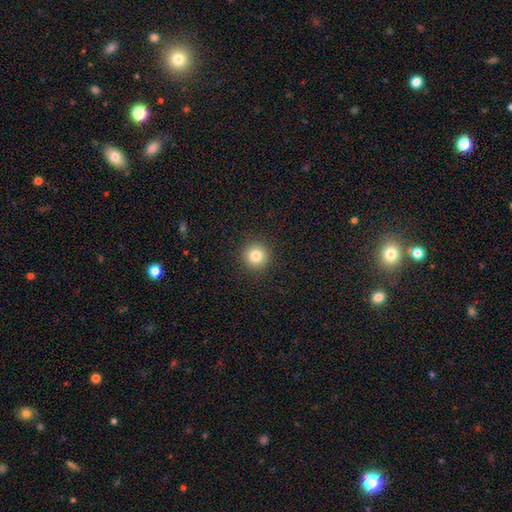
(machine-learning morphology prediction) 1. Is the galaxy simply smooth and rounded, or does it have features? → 82% smooth, 11% star or artifact, 6% featured or disk.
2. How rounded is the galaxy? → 95% round, 4% in between, 1% cigar-shaped.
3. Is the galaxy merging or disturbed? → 92% none, 5% minor disturbance, 2% major disturbance, 1% merger.